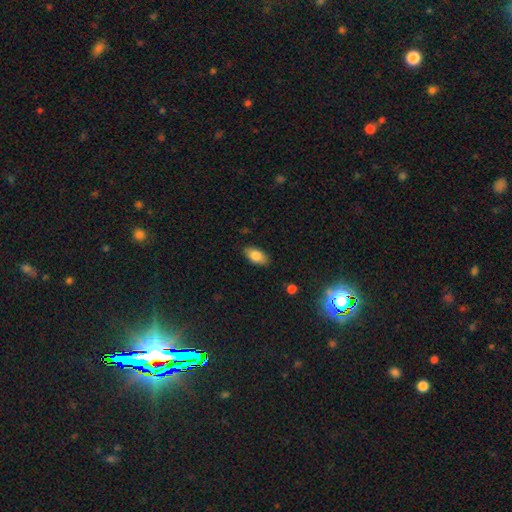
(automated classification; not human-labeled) Overall: smooth (82%). How rounded: in between (91%). Merging: none (87%).